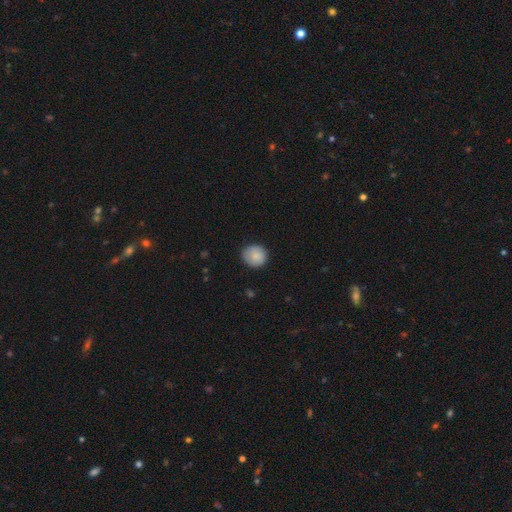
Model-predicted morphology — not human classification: Q: Smooth or featured?
A: smooth (86%); runner-up: star or artifact (7%)
Q: How rounded?
A: round (90%); runner-up: in between (9%)
Q: Merging?
A: none (85%); runner-up: minor disturbance (12%)